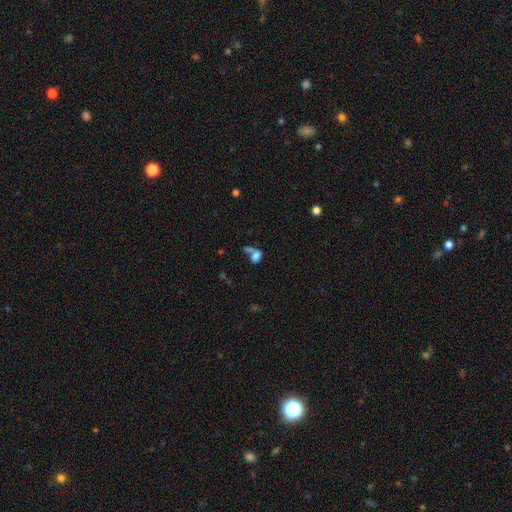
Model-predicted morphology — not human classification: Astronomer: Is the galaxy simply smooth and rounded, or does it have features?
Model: smooth — 72%.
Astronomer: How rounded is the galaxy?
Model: in between — 78%.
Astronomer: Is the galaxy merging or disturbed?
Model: merger — 48% (runner-up: none, 25%).